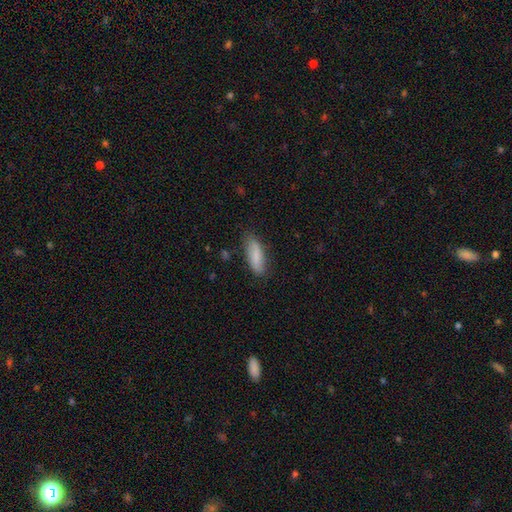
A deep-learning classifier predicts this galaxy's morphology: Smooth or featured? smooth (84%)
How rounded? in between (61%)
Merging? none (78%)